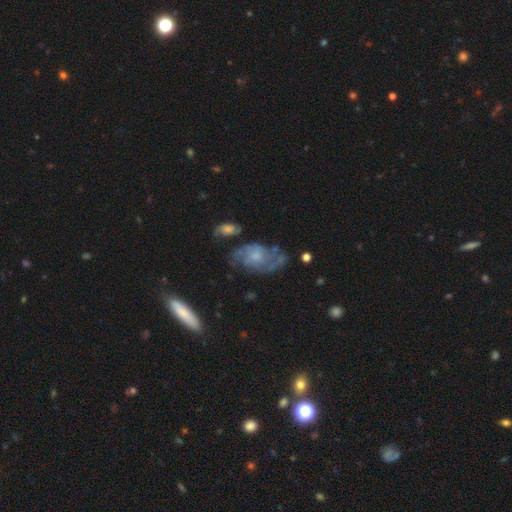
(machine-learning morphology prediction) This appears to be a featured or disk galaxy (68%) with no bar (71%), spiral arms (78%) and a small central bulge (43%). Merging: none (53%).